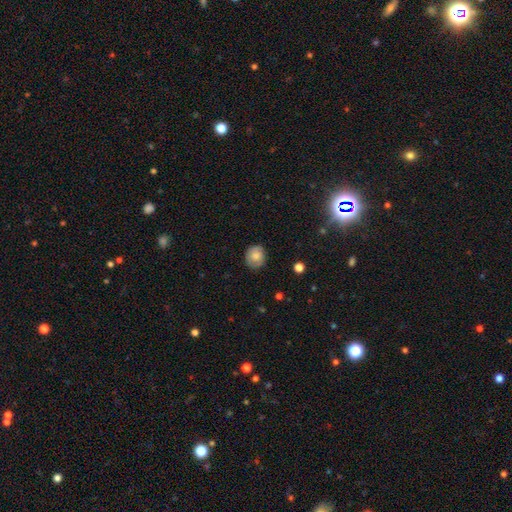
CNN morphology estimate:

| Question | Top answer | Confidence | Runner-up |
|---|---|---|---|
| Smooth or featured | smooth | 76% | featured or disk (16%) |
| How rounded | round | 74% | in between (25%) |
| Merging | none | 80% | minor disturbance (16%) |